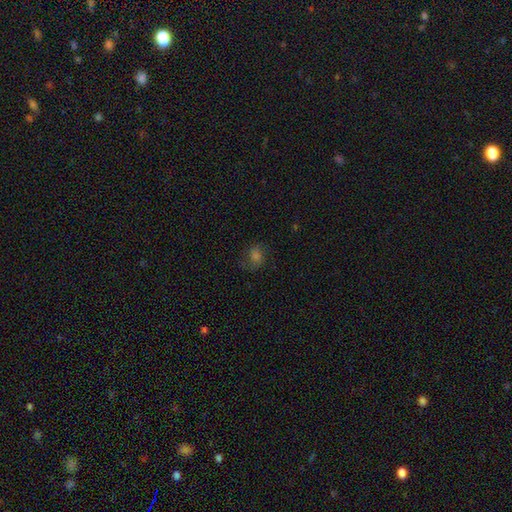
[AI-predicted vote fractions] This appears to be a smooth galaxy with no disk features (50%). Merging: none (69%).